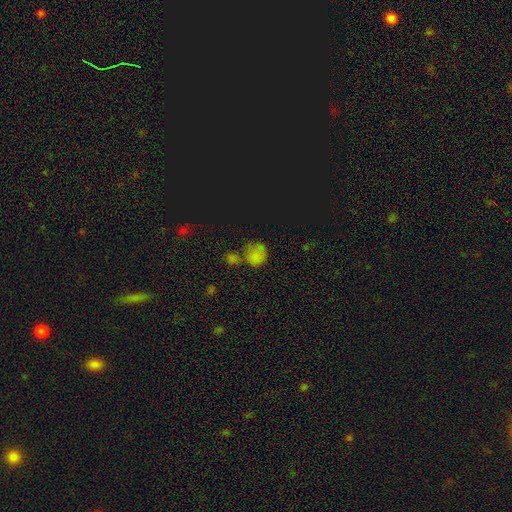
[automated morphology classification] A smooth galaxy with no disk features (58%) that is round (72%). Merging: none (43%).